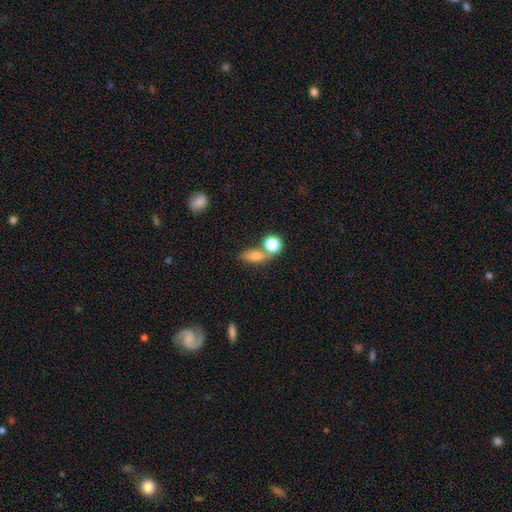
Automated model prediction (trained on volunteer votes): smooth_or_featured: smooth (p=0.70) [alt: featured or disk p=0.18]
how_rounded: in between (p=0.62) [alt: cigar-shaped p=0.20]
merging: none (p=0.51) [alt: merger p=0.29]